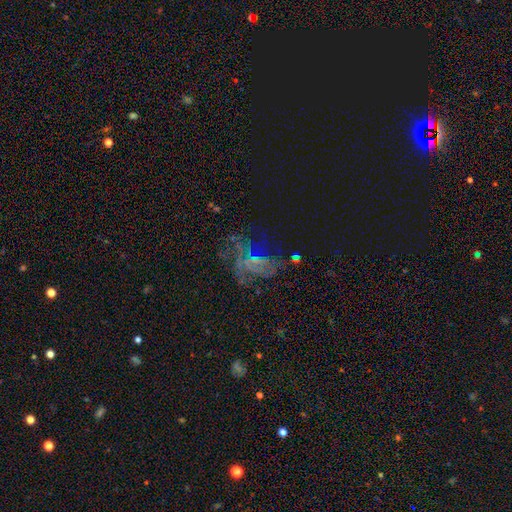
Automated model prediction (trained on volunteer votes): Overall: featured or disk (50%; star or artifact 32%). Edge-on disk: no (95%). Merging: none (43%; major disturbance 34%).